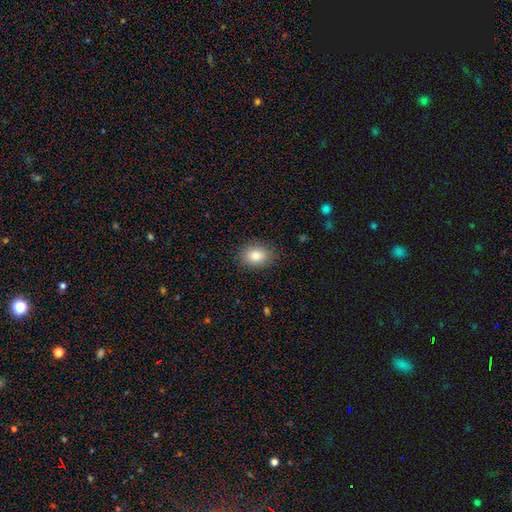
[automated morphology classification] smooth_or_featured: smooth (p=0.84) [alt: star or artifact p=0.09]
how_rounded: in between (p=0.59) [alt: round p=0.40]
merging: none (p=0.87) [alt: minor disturbance p=0.10]